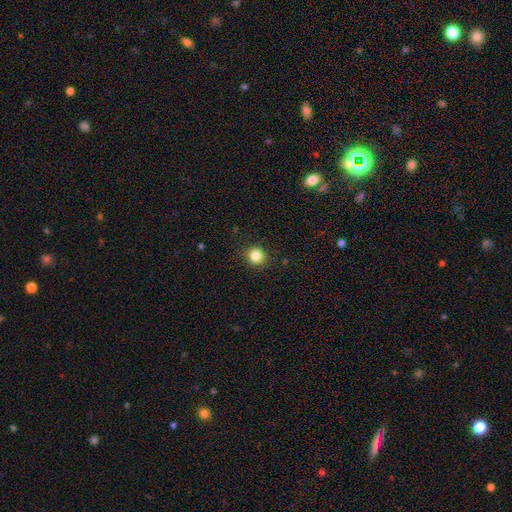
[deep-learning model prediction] Q: Smooth or featured?
A: smooth (84%); runner-up: star or artifact (11%)
Q: How rounded?
A: round (88%); runner-up: in between (11%)
Q: Merging?
A: none (90%); runner-up: minor disturbance (7%)